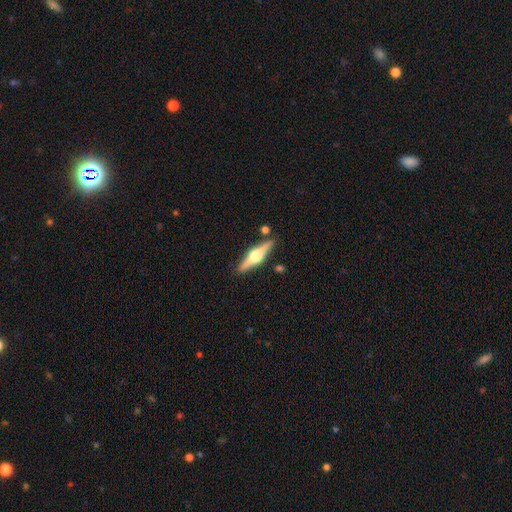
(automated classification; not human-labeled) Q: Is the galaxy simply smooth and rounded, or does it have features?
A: featured or disk — 75%.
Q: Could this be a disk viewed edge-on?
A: yes — 97%.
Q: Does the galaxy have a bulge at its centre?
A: rounded — 95%.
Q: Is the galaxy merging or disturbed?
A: none — 87%.